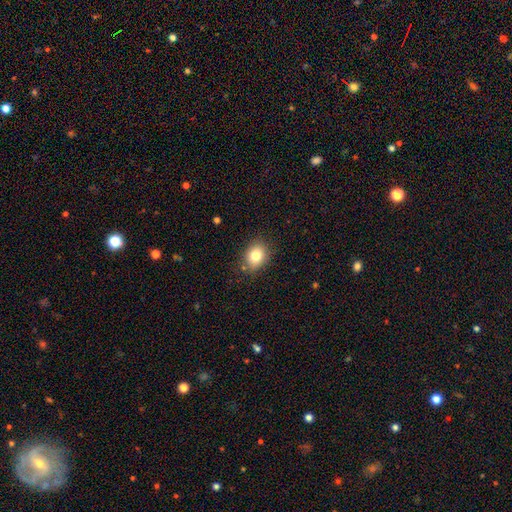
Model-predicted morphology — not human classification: type=smooth (80%); roundness=in between (56%); merging=none (83%).